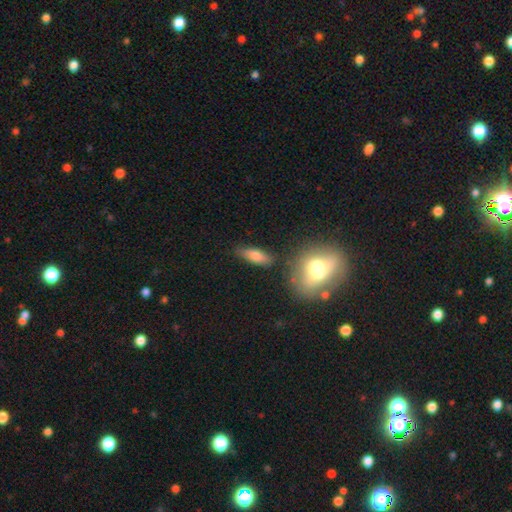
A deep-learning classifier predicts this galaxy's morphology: Overall: smooth (74%). How rounded: in between (62%; cigar-shaped 34%). Merging: none (75%).